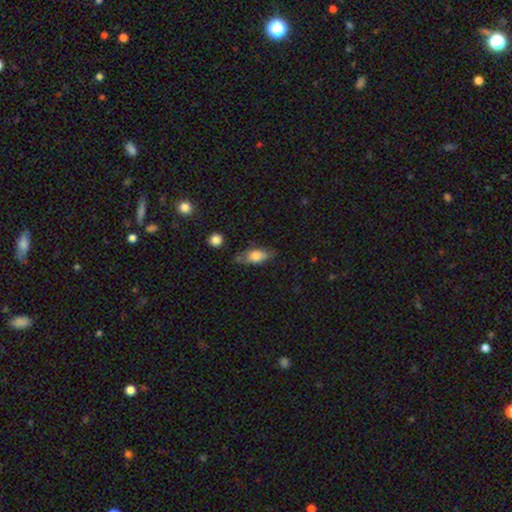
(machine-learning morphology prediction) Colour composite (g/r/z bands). It shows a smooth galaxy with no disk features (68%) that is in between round and cigar-shaped (77%). Merging: none (63%).